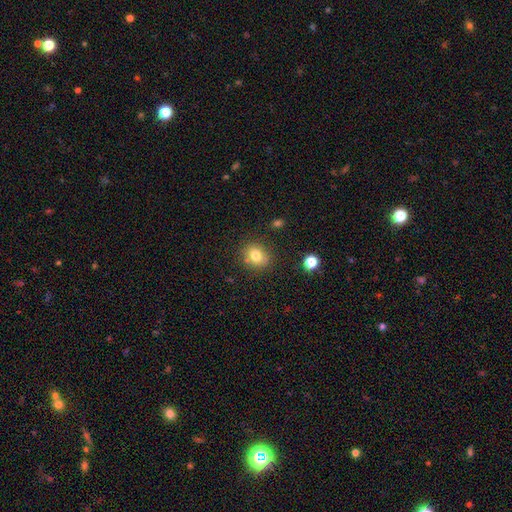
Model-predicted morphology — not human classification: The model was most divided on "how rounded": round: 65%, in between: 34%, cigar-shaped: 1%. More confident: merging — none (81%); smooth or featured — smooth (79%).